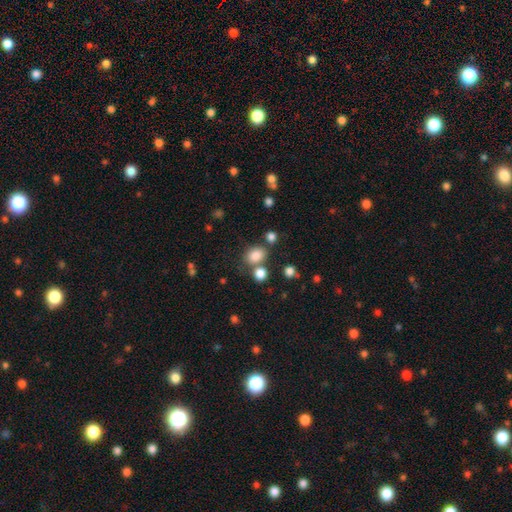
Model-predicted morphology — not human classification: Overall: smooth (82%). How rounded: in between (62%; round 37%). Merging: none (64%).